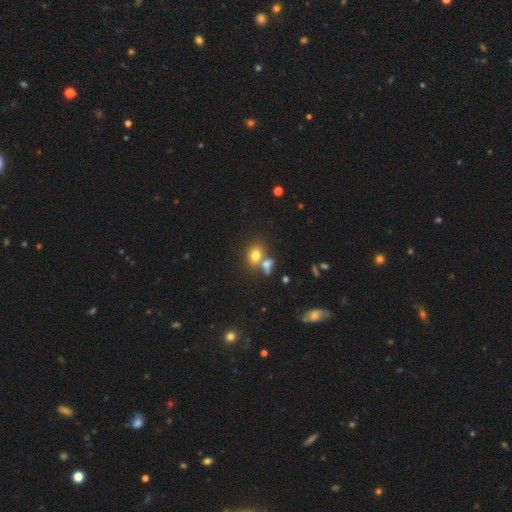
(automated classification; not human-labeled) This is likely a smooth galaxy (77%). How rounded: possibly in between (58%). Merging: possibly none (45%).